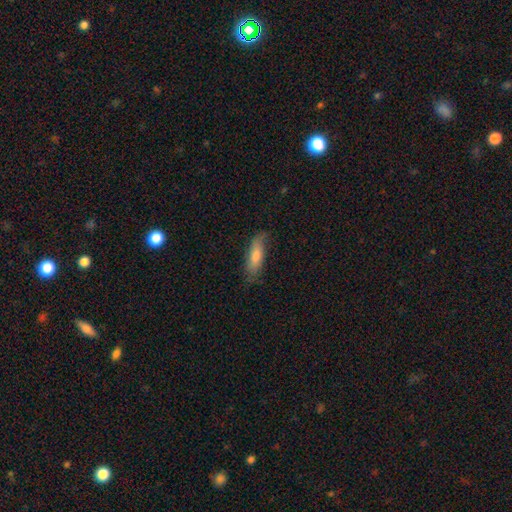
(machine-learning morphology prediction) Q: Smooth or featured?
A: smooth (70%); runner-up: featured or disk (24%)
Q: How rounded?
A: cigar-shaped (51%); runner-up: in between (47%)
Q: Merging?
A: none (72%); runner-up: minor disturbance (22%)